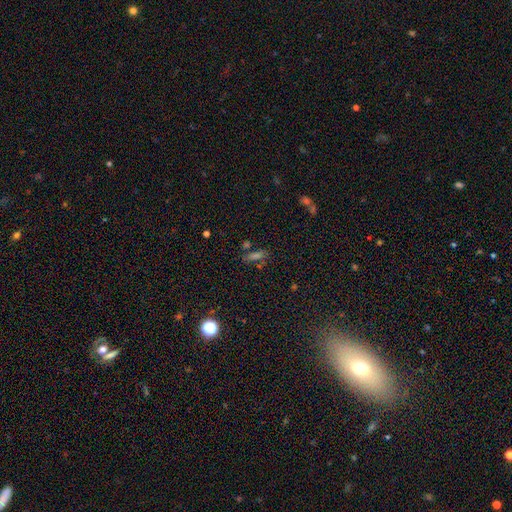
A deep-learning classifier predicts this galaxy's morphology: type=smooth (46%); merging=none (70%).